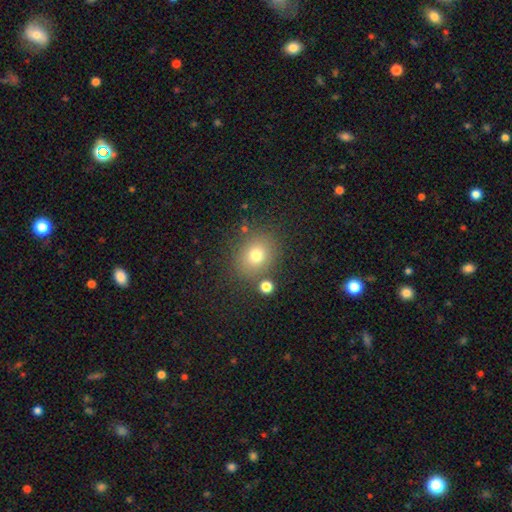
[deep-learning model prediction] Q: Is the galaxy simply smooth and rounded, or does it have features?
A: smooth — 74%.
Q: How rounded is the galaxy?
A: round — 68%.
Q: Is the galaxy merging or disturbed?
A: none — 80%.